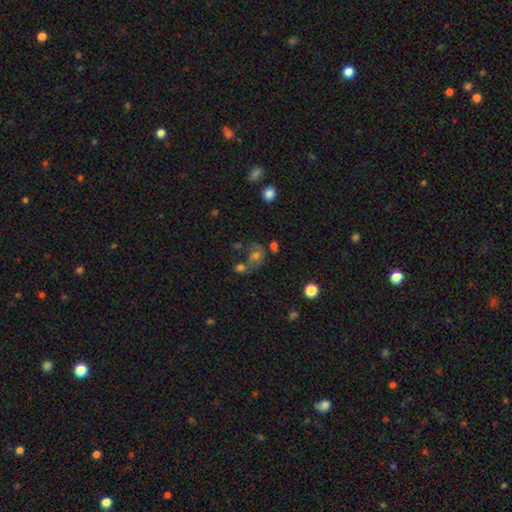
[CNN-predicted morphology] This appears to be a smooth galaxy with no disk features (45%). Merging: merger (36%).